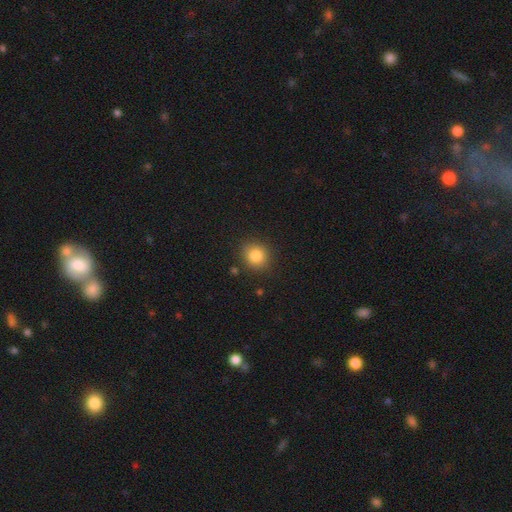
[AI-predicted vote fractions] This is clearly a smooth galaxy (84%). How rounded: clearly round (82%). Merging: clearly none (86%).